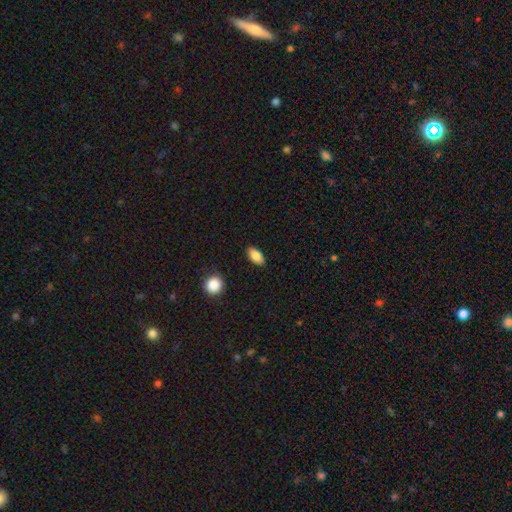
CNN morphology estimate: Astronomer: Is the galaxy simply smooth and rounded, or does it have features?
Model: smooth — 86%.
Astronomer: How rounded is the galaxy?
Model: in between — 89%.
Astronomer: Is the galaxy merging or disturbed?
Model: none — 87%.